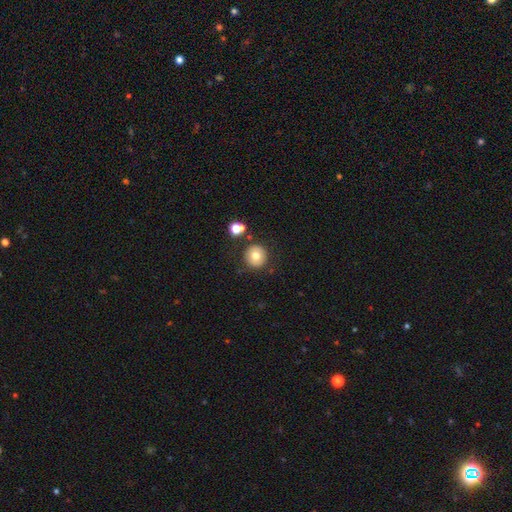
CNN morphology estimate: Smooth or featured?
  - smooth: 76% *
  - featured or disk: 13%
  - star or artifact: 11%
How rounded?
  - round: 95% *
  - in between: 4%
  - cigar-shaped: 1%
Merging?
  - none: 85% *
  - minor disturbance: 7%
  - merger: 5%
  - major disturbance: 3%